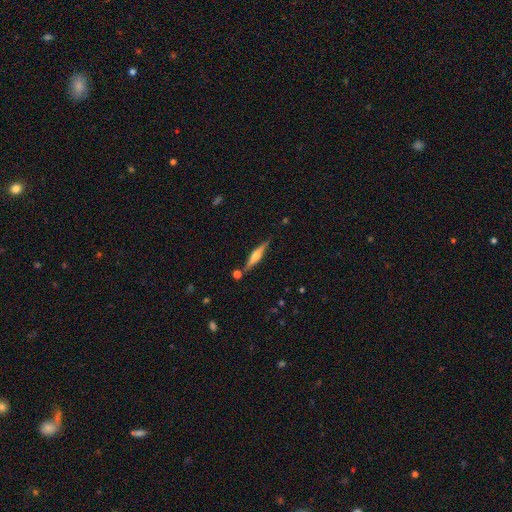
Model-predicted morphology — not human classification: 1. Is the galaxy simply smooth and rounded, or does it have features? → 70% featured or disk, 24% smooth, 6% star or artifact.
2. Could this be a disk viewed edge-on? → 97% yes, 3% no.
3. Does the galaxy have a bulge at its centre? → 80% rounded, 13% boxy, 6% none.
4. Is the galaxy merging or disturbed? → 81% none, 11% minor disturbance, 6% merger, 2% major disturbance.